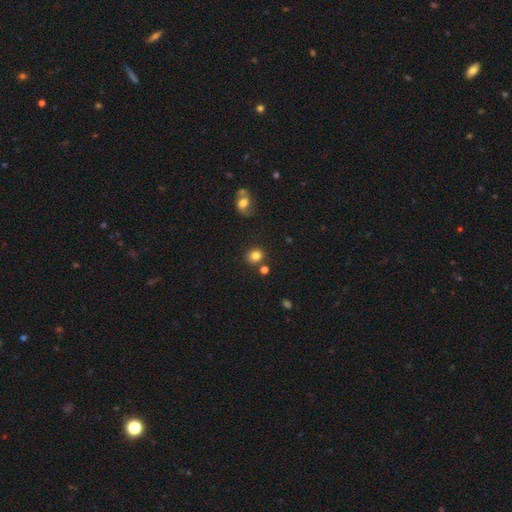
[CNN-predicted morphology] Smooth or featured: smooth — 82% (star or artifact — 12%)
How rounded: round — 79% (in between — 20%)
Merging: none — 80% (minor disturbance — 9%)